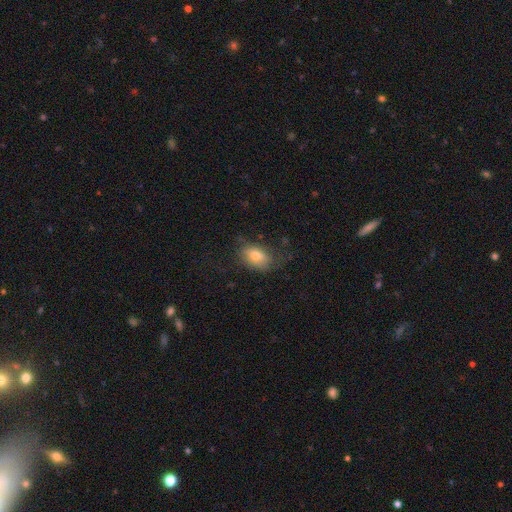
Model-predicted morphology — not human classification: Q: Smooth or featured?
A: smooth (66%); runner-up: featured or disk (25%)
Q: How rounded?
A: in between (84%); runner-up: round (13%)
Q: Merging?
A: none (53%); runner-up: minor disturbance (27%)